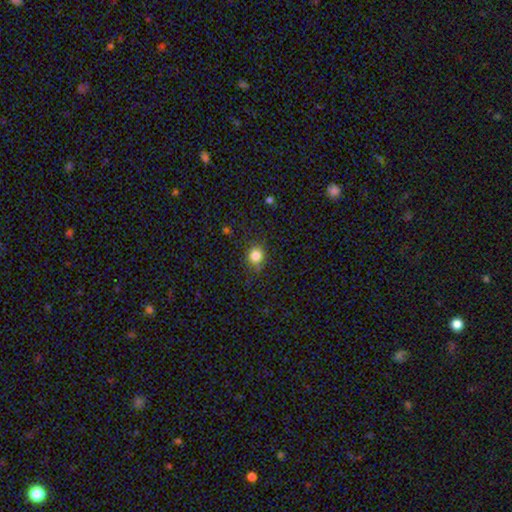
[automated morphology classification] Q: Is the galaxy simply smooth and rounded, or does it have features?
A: smooth — 83%.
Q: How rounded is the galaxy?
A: round — 84%.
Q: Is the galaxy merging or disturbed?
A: none — 81%.